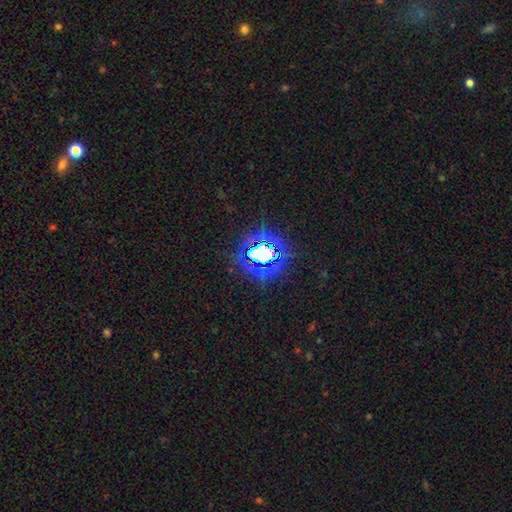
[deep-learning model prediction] Smooth or featured: star or artifact — 68% (smooth — 21%)